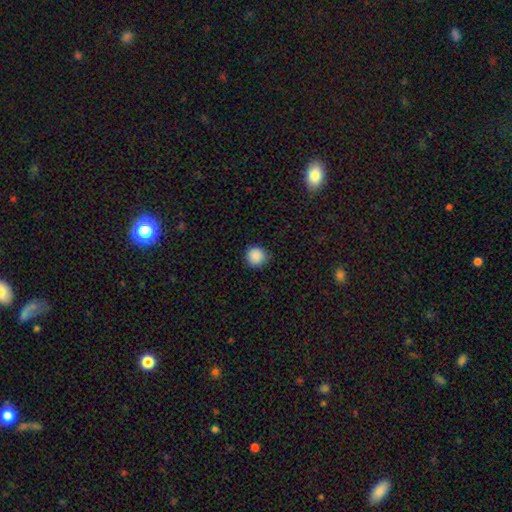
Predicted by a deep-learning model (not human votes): Smooth or featured? smooth (89%)
How rounded? round (94%)
Merging? none (88%)